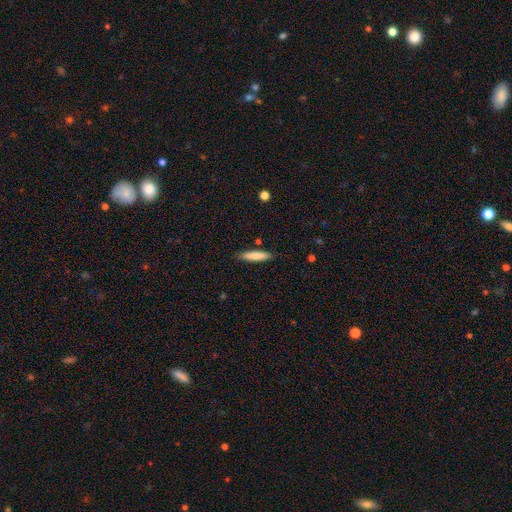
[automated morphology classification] Smooth or featured? Predicted: smooth (p=0.81). How rounded? Predicted: cigar-shaped (p=0.84). Merging? Predicted: none (p=0.88).